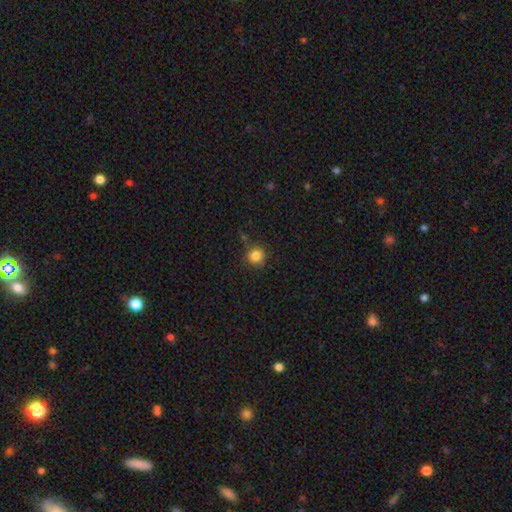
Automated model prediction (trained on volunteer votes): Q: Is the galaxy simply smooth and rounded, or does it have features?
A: smooth — 84%.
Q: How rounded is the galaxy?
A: round — 89%.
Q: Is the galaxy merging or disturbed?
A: none — 79%.